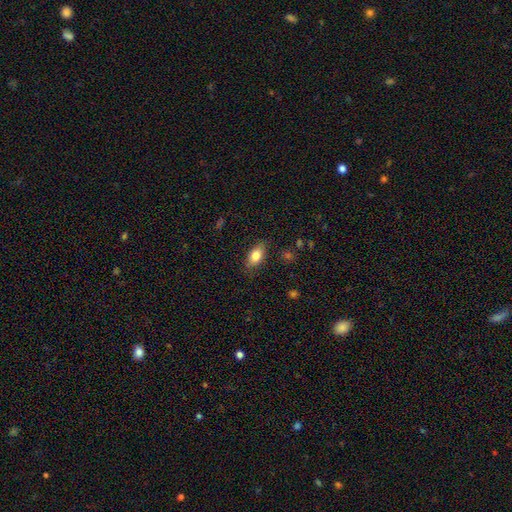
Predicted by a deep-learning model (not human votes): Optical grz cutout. It shows a smooth galaxy with no disk features (80%) that is in between round and cigar-shaped (87%). Merging: none (82%).